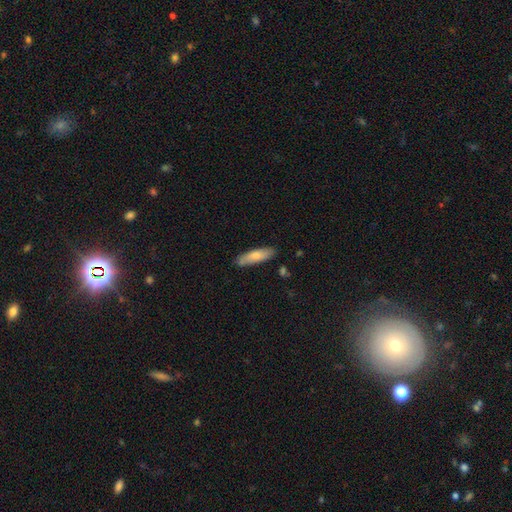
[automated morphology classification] Overall: smooth (75%). How rounded: cigar-shaped (61%; in between 37%). Merging: none (81%).